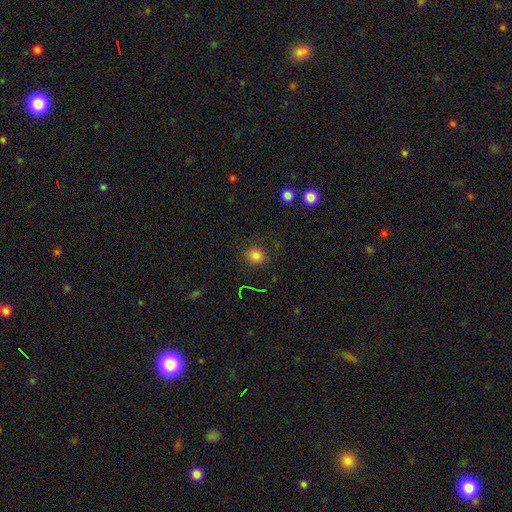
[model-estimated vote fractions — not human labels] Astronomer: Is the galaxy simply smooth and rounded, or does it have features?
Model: smooth — 79%.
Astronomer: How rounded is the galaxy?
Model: round — 85%.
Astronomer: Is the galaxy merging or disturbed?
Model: none — 83%.